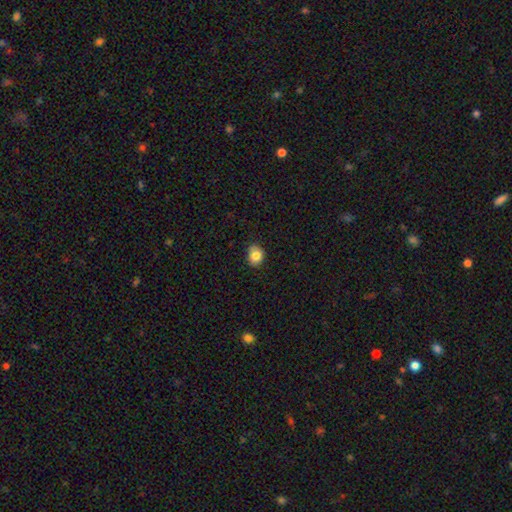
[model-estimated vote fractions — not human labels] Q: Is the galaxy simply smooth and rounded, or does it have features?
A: smooth — 82%.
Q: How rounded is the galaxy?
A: round — 62%.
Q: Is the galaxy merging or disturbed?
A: none — 78%.